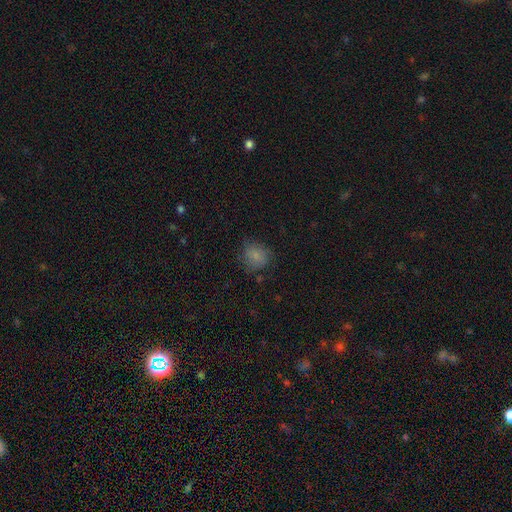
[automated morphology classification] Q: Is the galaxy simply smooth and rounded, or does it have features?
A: smooth — 77%.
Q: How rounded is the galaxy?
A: round — 69%.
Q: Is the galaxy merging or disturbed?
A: none — 65%.